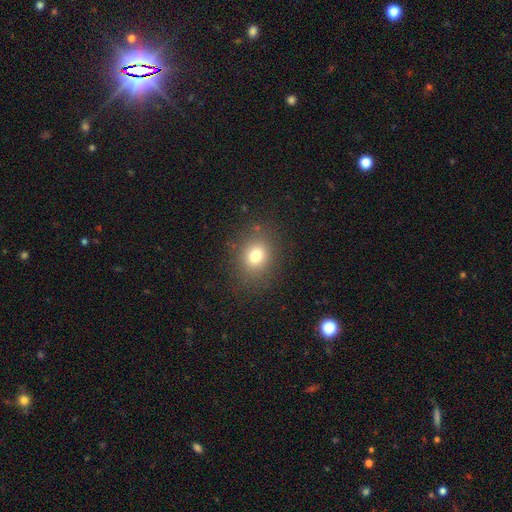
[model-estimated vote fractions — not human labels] Smooth or featured? smooth (75%)
How rounded? round (67%)
Merging? none (85%)